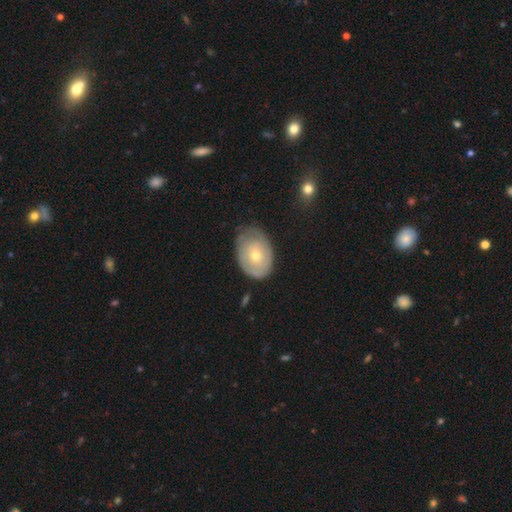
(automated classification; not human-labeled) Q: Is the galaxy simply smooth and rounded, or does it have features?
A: smooth — 49%.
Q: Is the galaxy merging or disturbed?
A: none — 60%.